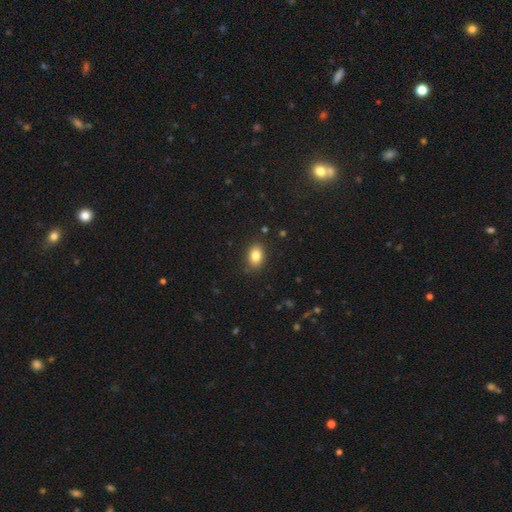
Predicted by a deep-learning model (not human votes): Smooth or featured? smooth (84%)
How rounded? in between (81%)
Merging? none (86%)